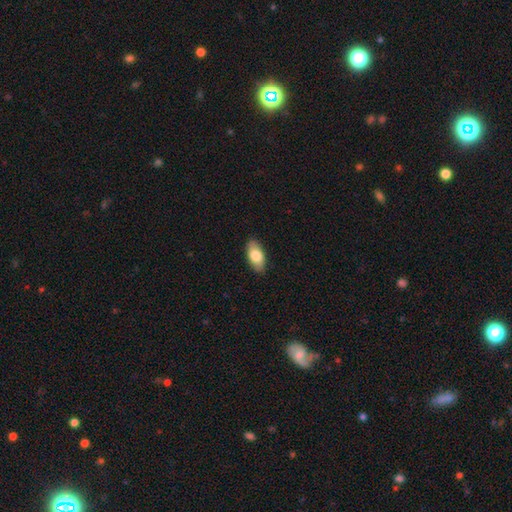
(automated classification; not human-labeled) smooth_or_featured: smooth (p=0.79) [alt: featured or disk p=0.15]
how_rounded: in between (p=0.92) [alt: cigar-shaped p=0.06]
merging: none (p=0.88) [alt: minor disturbance p=0.09]